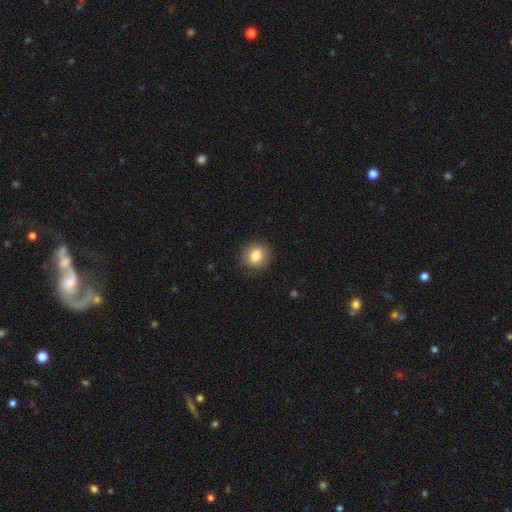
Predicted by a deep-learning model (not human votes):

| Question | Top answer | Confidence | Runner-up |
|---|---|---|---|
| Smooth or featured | smooth | 82% | star or artifact (9%) |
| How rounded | round | 87% | in between (12%) |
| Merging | none | 88% | minor disturbance (9%) |